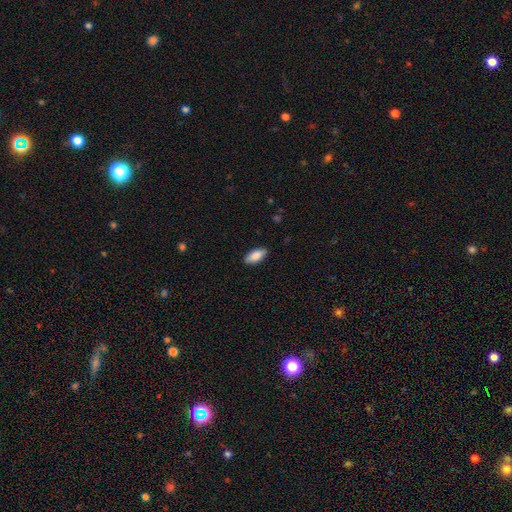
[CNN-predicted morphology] smooth_or_featured: smooth (p=0.87) [alt: featured or disk p=0.07]
how_rounded: in between (p=0.87) [alt: cigar-shaped p=0.10]
merging: none (p=0.88) [alt: minor disturbance p=0.09]